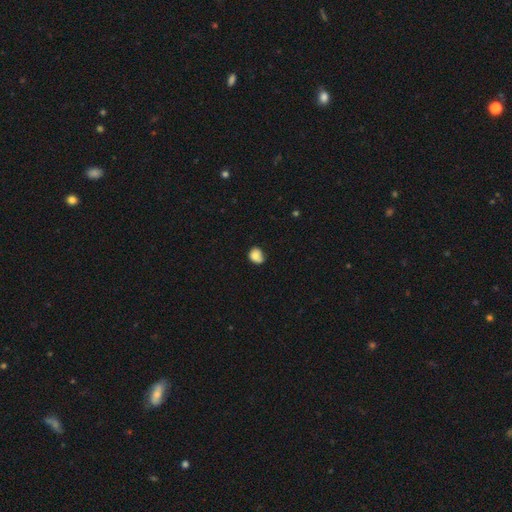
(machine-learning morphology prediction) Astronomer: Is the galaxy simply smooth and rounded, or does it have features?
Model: smooth — 81%.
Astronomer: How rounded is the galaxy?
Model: round — 59% (runner-up: in between, 40%).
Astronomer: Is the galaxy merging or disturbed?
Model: none — 53% (runner-up: minor disturbance, 35%).